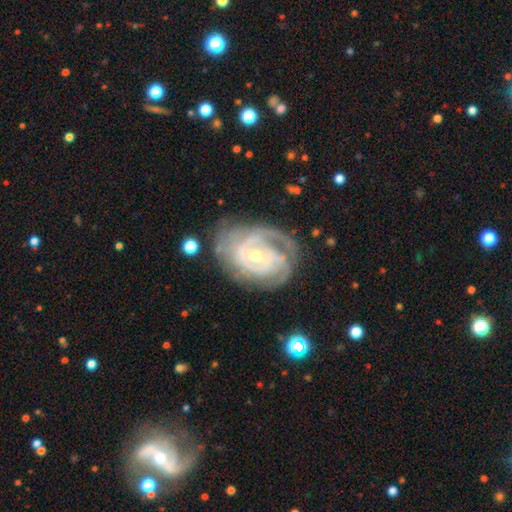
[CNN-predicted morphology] smooth-or-featured: featured or disk: 88% | smooth: 6% | star or artifact: 5%
  disk-edge-on: no: 97% | yes: 3%
    bar: no: 48% | weak: 40% | strong: 13%
    has-spiral-arms: yes: 96% | no: 4%
      spiral-winding: tight: 68% | medium: 27% | loose: 5%
      spiral-arm-count: can't tell: 29% | 3: 27% | 2: 21% | 4: 13% | 1: 6% | more than 4: 6%
    bulge-size: small: 59% | moderate: 37% | large: 2% | none: 1% | dominant: 1%
  merging: none: 67% | minor disturbance: 21% | major disturbance: 11% | merger: 2%